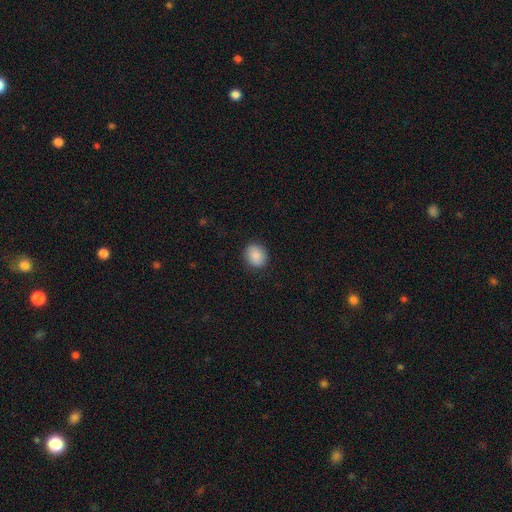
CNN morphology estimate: smooth-or-featured: smooth: 87% | star or artifact: 8% | featured or disk: 5%
  how-rounded: round: 69% | in between: 30% | cigar-shaped: 1%
  merging: none: 89% | minor disturbance: 8% | major disturbance: 2% | merger: 1%